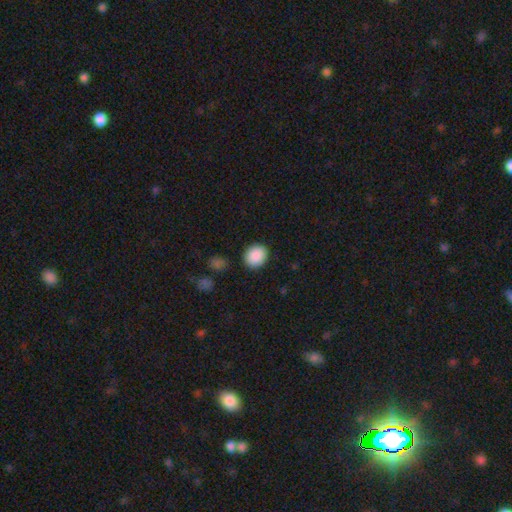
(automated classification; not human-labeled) Smooth or featured: smooth — 89% (star or artifact — 8%)
How rounded: round — 61% (in between — 39%)
Merging: none — 88% (minor disturbance — 8%)